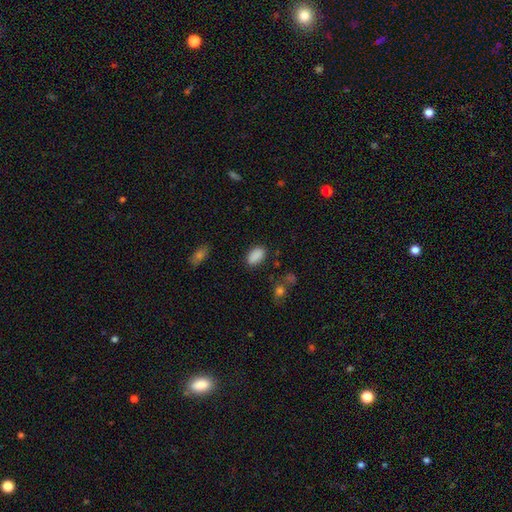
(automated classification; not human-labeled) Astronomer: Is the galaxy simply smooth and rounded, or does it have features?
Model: smooth — 88%.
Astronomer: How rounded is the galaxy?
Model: in between — 92%.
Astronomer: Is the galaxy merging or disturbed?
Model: none — 84%.